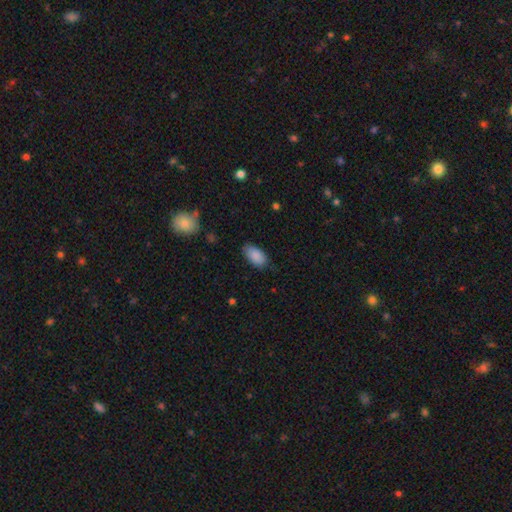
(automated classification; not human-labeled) Morphology: type=smooth (88%); roundness=in between (94%); merging=none (80%).